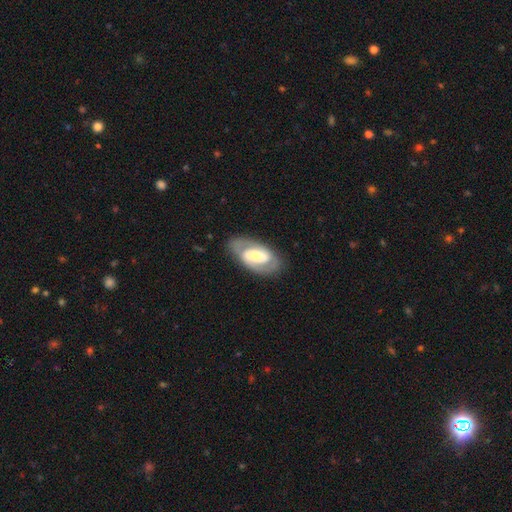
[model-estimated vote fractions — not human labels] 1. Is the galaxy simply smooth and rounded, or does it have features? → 72% featured or disk, 23% smooth, 5% star or artifact.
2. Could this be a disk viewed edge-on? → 95% no, 5% yes.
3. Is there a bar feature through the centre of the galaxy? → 38% weak, 36% strong, 26% no.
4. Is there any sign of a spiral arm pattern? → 80% yes, 20% no.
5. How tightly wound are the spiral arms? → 44% medium, 41% tight, 15% loose.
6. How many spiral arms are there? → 84% 2, 10% can't tell, 3% 1, 1% 3, 1% 4, 1% more than 4.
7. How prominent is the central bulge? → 45% moderate, 26% small, 23% large, 3% none, 3% dominant.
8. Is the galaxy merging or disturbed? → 79% none, 14% minor disturbance, 6% major disturbance, 1% merger.